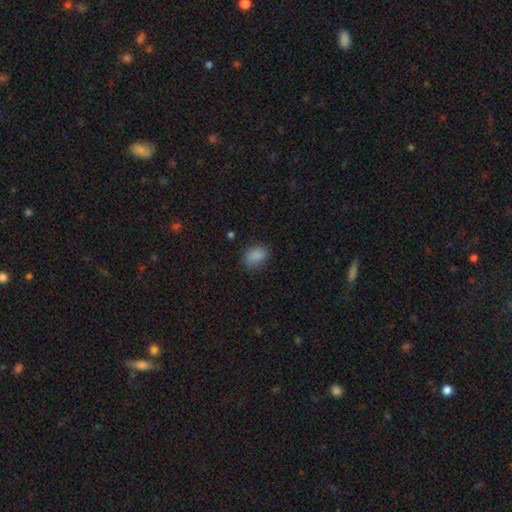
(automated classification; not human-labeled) A smooth galaxy with no disk features (87%) that is in between round and cigar-shaped (71%).

Vote fractions:
- Smooth or featured? smooth: 87% / star or artifact: 10% / featured or disk: 4%
- How rounded? in between: 71% / round: 28% / cigar-shaped: 1%
- Merging? none: 81% / minor disturbance: 15% / major disturbance: 4% / merger: 1%